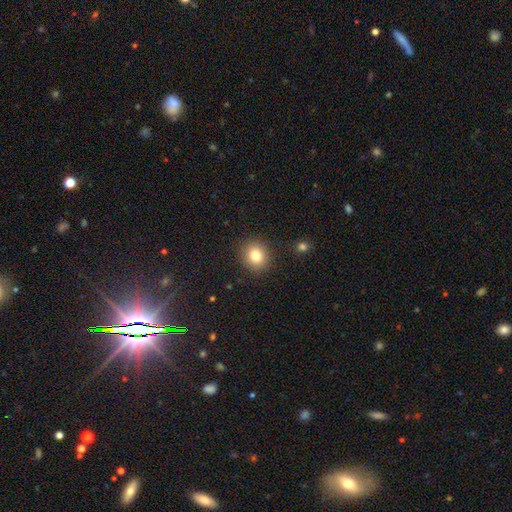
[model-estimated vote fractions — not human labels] Smooth or featured?
  - smooth: 81% *
  - star or artifact: 11%
  - featured or disk: 8%
How rounded?
  - round: 79% *
  - in between: 20%
  - cigar-shaped: 1%
Merging?
  - none: 89% *
  - minor disturbance: 7%
  - major disturbance: 3%
  - merger: 2%